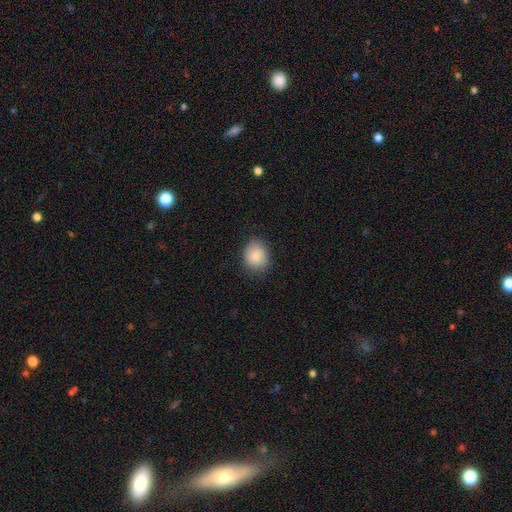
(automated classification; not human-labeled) The model was most divided on "how rounded": round: 70%, in between: 29%, cigar-shaped: 1%. More confident: smooth or featured — smooth (84%); merging — none (81%).